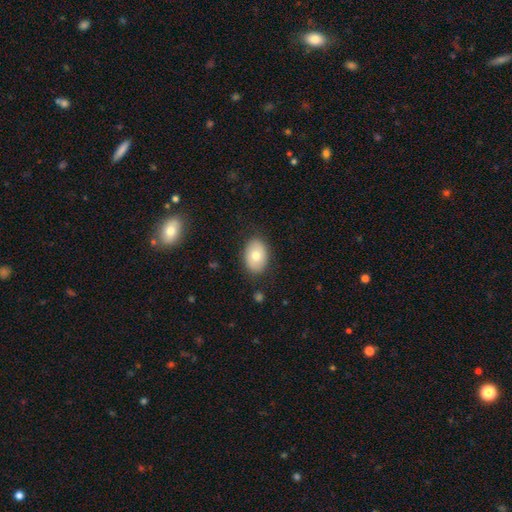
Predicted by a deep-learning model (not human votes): smooth_or_featured: smooth (p=0.74) [alt: featured or disk p=0.19]
how_rounded: in between (p=0.81) [alt: round p=0.18]
merging: none (p=0.85) [alt: minor disturbance p=0.11]